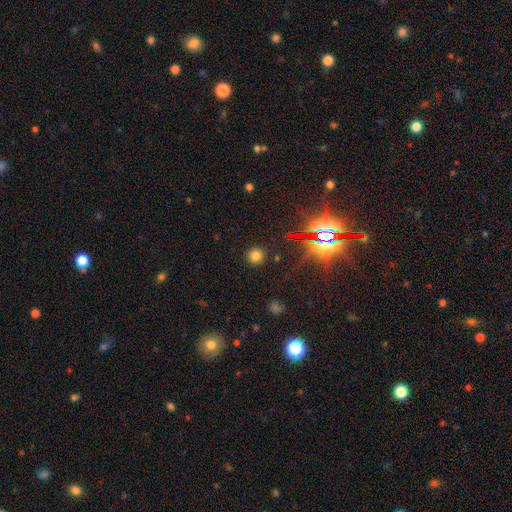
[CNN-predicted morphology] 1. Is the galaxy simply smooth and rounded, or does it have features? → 72% smooth, 21% star or artifact, 6% featured or disk.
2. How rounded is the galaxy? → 93% round, 5% in between, 1% cigar-shaped.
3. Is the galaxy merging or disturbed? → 90% none, 6% minor disturbance, 2% major disturbance, 2% merger.